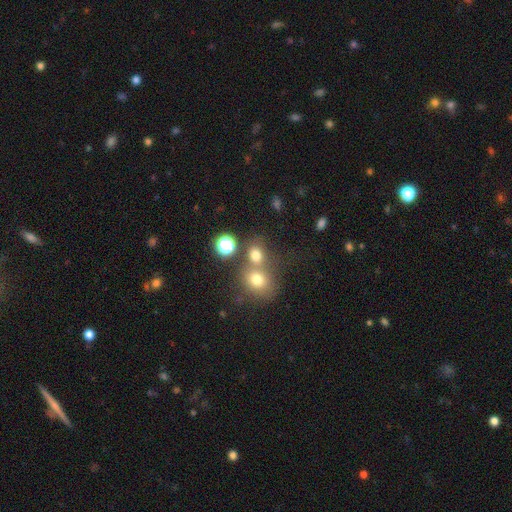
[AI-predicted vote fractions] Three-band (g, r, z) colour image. It shows a smooth galaxy with no disk features (71%) that is round (71%). Merging: none (51%).